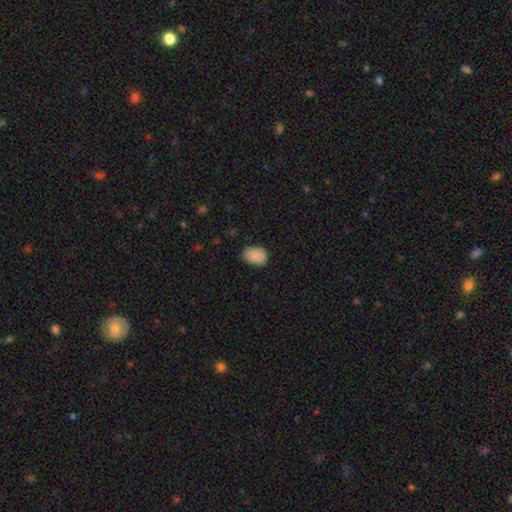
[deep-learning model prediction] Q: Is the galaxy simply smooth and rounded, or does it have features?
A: smooth — 87%.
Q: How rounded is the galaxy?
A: in between — 69%.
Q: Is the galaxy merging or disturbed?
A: none — 67%.